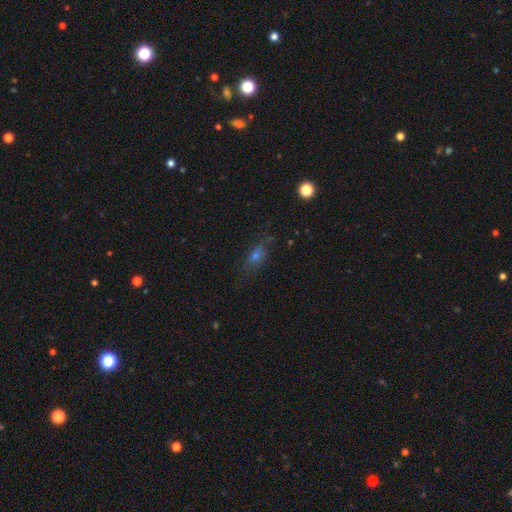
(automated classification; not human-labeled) smooth-or-featured: smooth: 53% | featured or disk: 24% | star or artifact: 23%
  how-rounded: in between: 67% | round: 19% | cigar-shaped: 14%
  merging: none: 70% | minor disturbance: 19% | major disturbance: 8% | merger: 2%